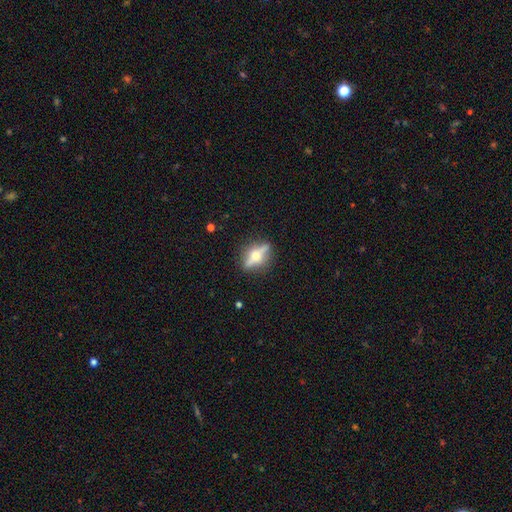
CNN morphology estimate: This appears to be a featured or disk galaxy (72%) viewed edge-on (90%) with a rounded central bulge (96%). Merging: none (85%).